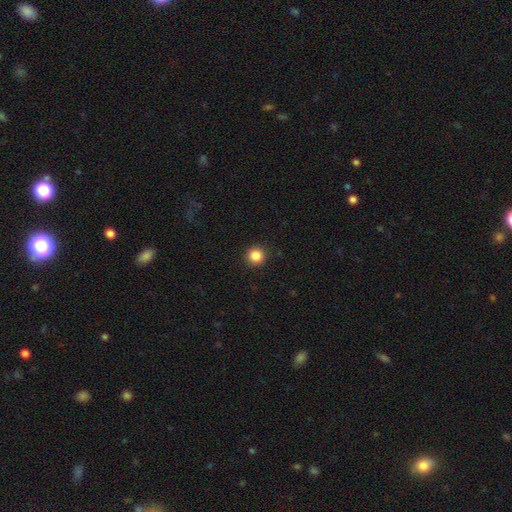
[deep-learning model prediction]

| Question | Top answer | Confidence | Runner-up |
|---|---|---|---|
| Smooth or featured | smooth | 86% | star or artifact (11%) |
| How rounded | round | 95% | in between (4%) |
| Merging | none | 92% | minor disturbance (5%) |